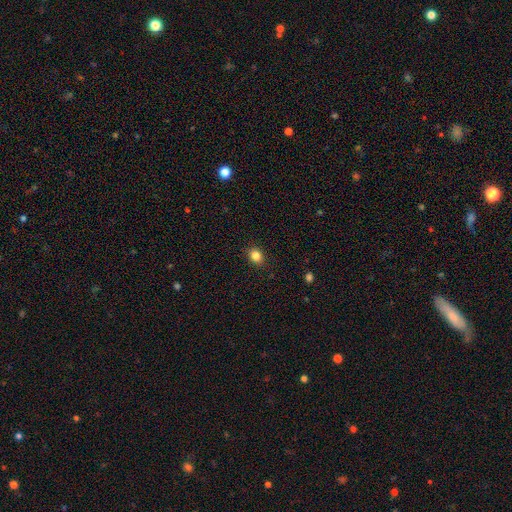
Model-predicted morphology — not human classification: The model was most divided on "how rounded": round: 59%, in between: 40%, cigar-shaped: 1%. More confident: merging — none (89%); smooth or featured — smooth (84%).